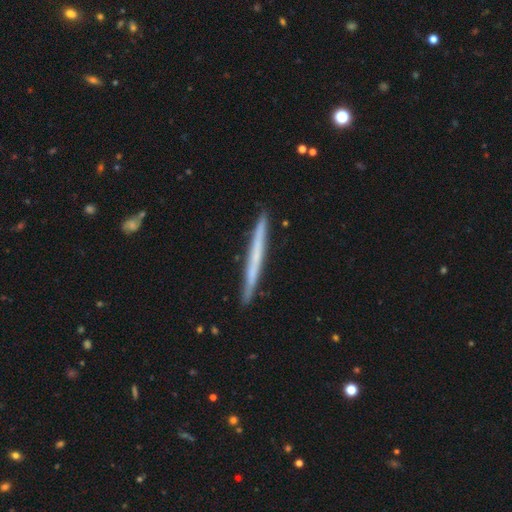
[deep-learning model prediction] Morphology: type=featured or disk (50%); merging=none (91%).